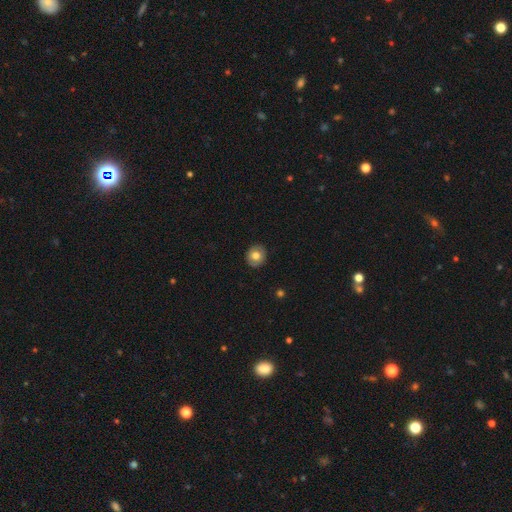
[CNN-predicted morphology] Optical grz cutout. It shows a smooth galaxy with no disk features (76%) that is round (84%). Merging: none (90%).